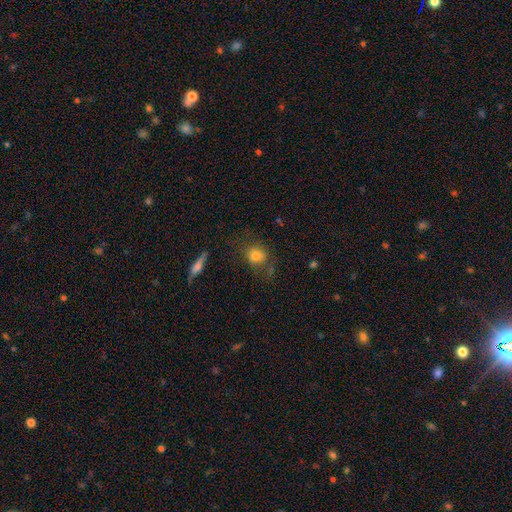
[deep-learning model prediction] Q: Smooth or featured?
A: smooth (77%); runner-up: featured or disk (12%)
Q: How rounded?
A: round (58%); runner-up: in between (40%)
Q: Merging?
A: none (62%); runner-up: minor disturbance (21%)